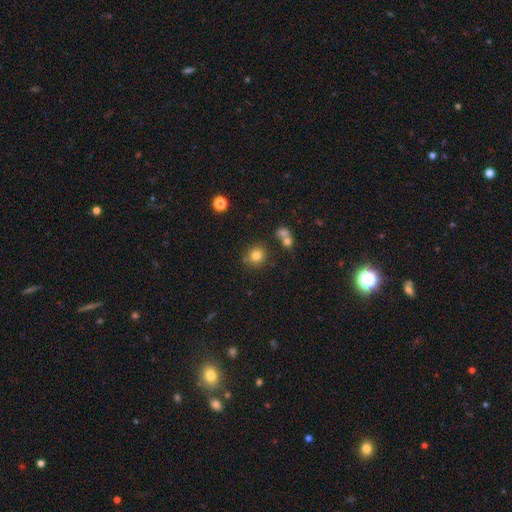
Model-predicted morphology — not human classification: type=smooth (79%); roundness=round (87%); merging=none (78%).